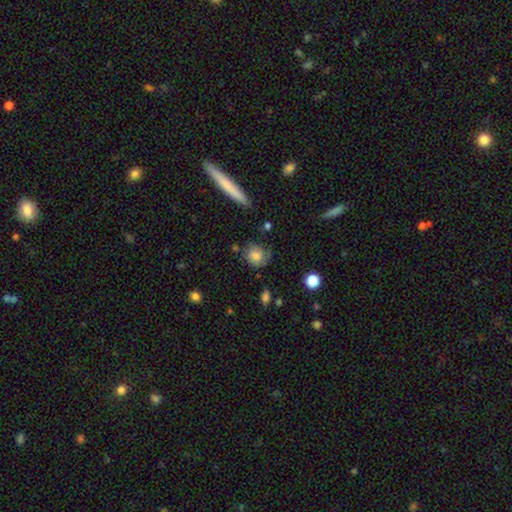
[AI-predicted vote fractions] Smooth or featured? Predicted: smooth (p=0.59). How rounded? Predicted: round (p=0.74). Merging? Predicted: none (p=0.59).